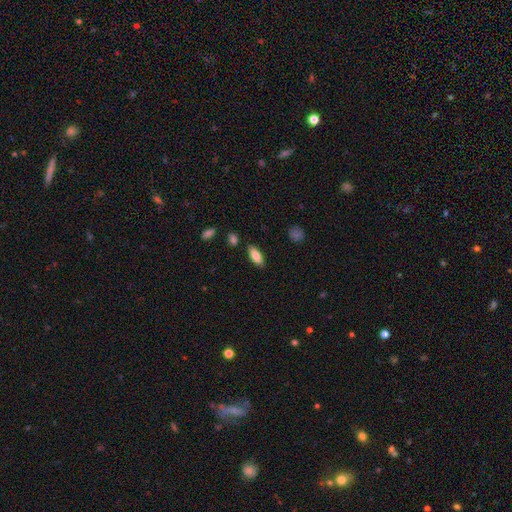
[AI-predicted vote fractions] Smooth or featured?
  - smooth: 79% *
  - featured or disk: 14%
  - star or artifact: 7%
How rounded?
  - in between: 76% *
  - cigar-shaped: 22%
  - round: 2%
Merging?
  - none: 85% *
  - minor disturbance: 10%
  - merger: 3%
  - major disturbance: 2%